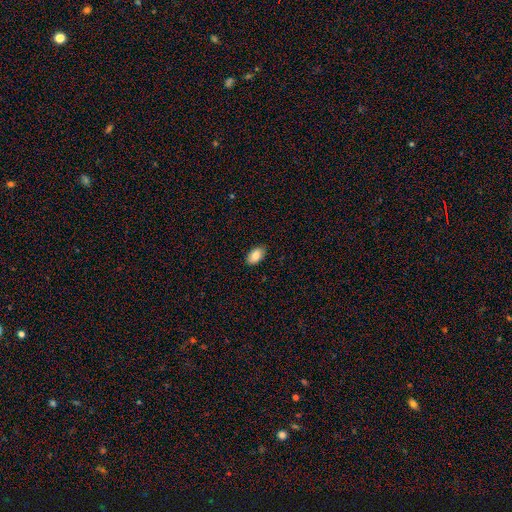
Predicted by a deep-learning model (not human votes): Smooth or featured: smooth — 85% (featured or disk — 8%)
How rounded: in between — 93% (round — 5%)
Merging: none — 89% (minor disturbance — 9%)